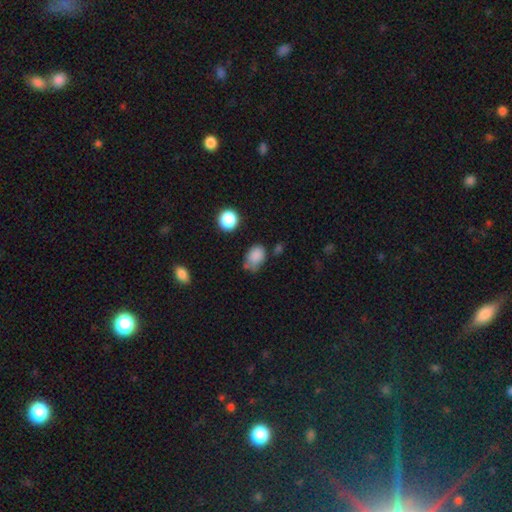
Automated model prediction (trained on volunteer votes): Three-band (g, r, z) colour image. It shows a smooth galaxy with no disk features (83%) that is in between round and cigar-shaped (75%). Merging: none (49%).